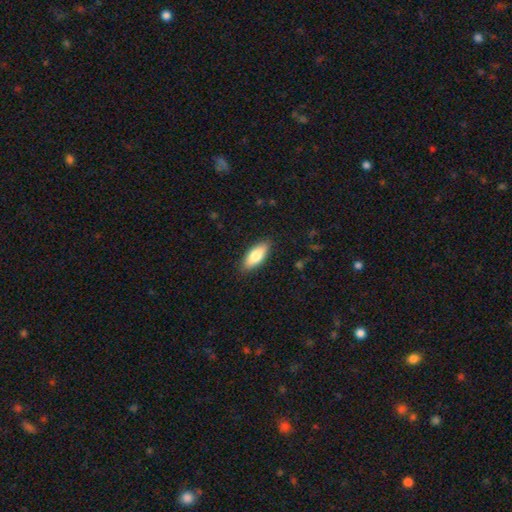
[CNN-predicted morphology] type=smooth (79%); roundness=in between (77%); merging=none (88%).